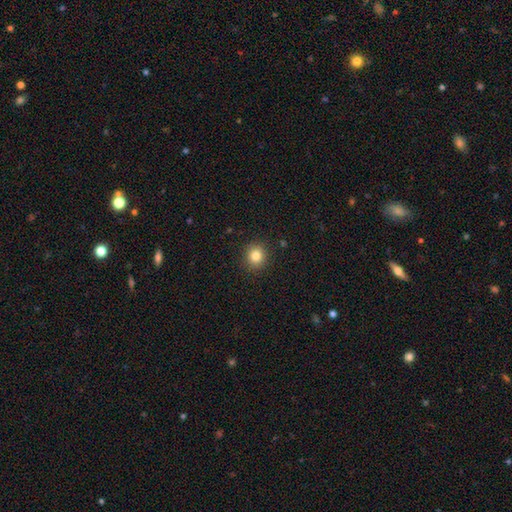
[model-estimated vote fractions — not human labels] Overall: smooth (83%). How rounded: round (86%). Merging: none (90%).